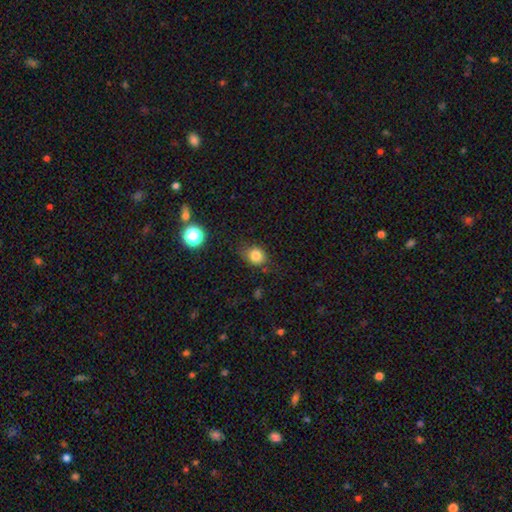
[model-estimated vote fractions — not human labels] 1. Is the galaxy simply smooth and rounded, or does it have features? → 81% smooth, 12% star or artifact, 7% featured or disk.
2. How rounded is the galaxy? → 66% round, 33% in between, 1% cigar-shaped.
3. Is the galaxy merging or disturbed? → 71% none, 21% minor disturbance, 6% major disturbance, 2% merger.